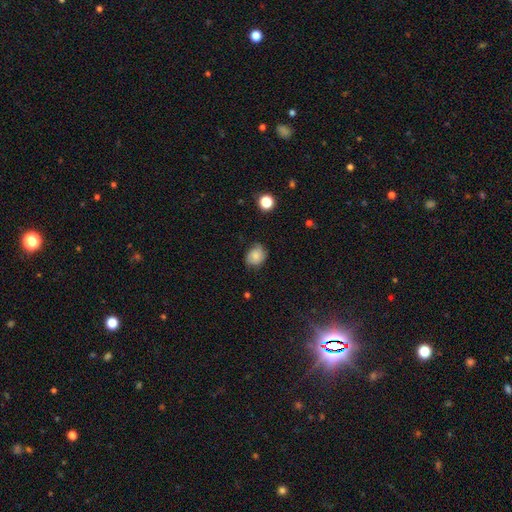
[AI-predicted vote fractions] Morphology: type=smooth (74%); roundness=round (54%); merging=none (62%).